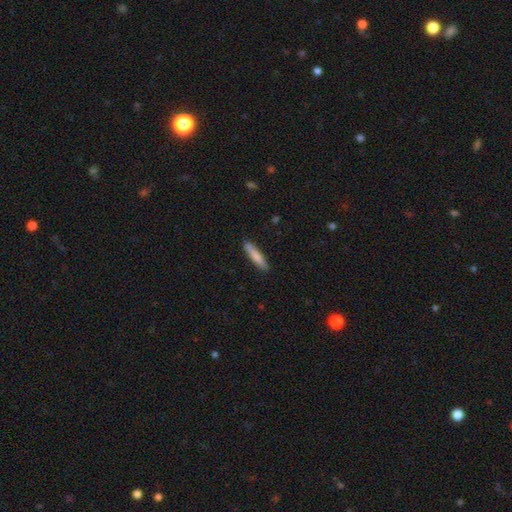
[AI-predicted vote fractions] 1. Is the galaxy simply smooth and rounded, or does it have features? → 77% smooth, 17% featured or disk, 5% star or artifact.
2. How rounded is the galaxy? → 89% cigar-shaped, 10% in between, 1% round.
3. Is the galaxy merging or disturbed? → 88% none, 9% minor disturbance, 2% major disturbance, 1% merger.